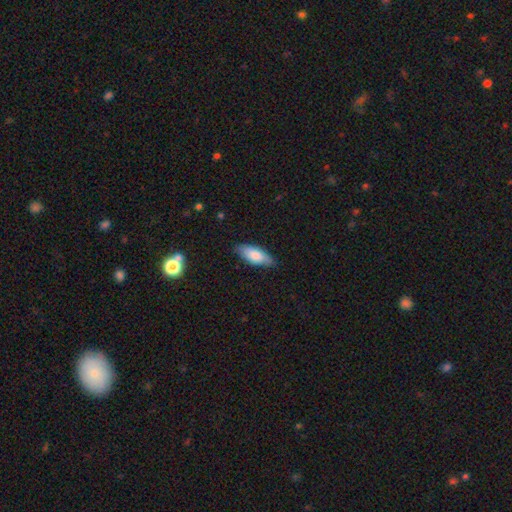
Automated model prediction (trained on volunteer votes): A smooth galaxy with no disk features (80%) that is in between round and cigar-shaped (80%).

Vote fractions:
- Smooth or featured? smooth: 80% / featured or disk: 14% / star or artifact: 6%
- How rounded? in between: 80% / cigar-shaped: 18% / round: 2%
- Merging? none: 79% / minor disturbance: 18% / major disturbance: 3% / merger: 1%